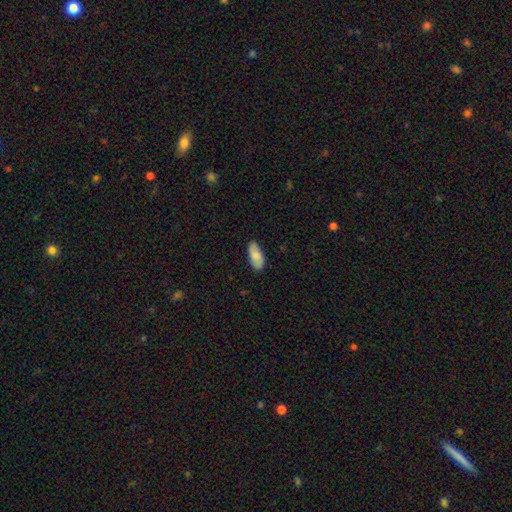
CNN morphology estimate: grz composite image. It shows a smooth galaxy with no disk features (81%) that is in between round and cigar-shaped (88%). Merging: none (85%).